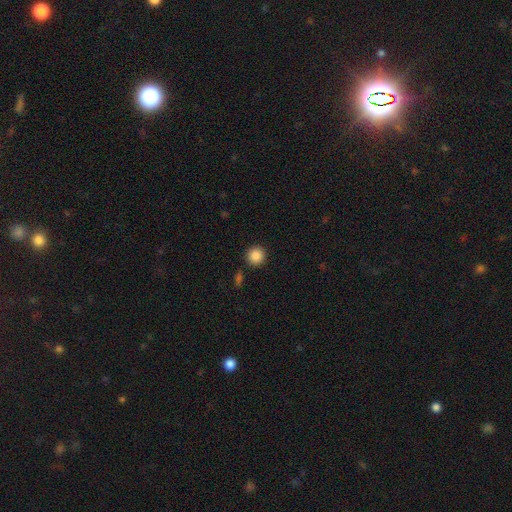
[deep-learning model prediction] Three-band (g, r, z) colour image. It shows a smooth galaxy with no disk features (86%) that is round (94%). Merging: none (88%).